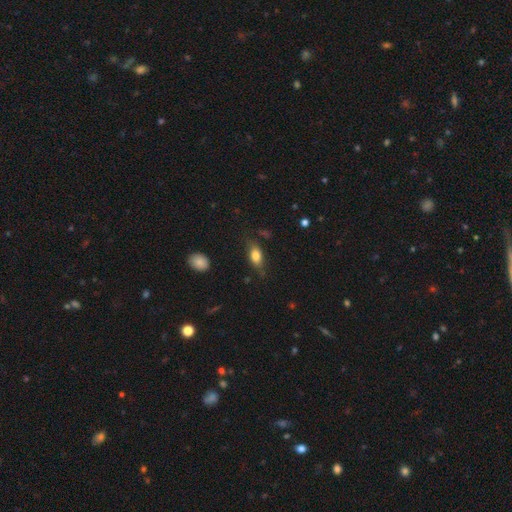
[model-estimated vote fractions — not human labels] The model was most divided on "merging": none: 69%, minor disturbance: 22%, major disturbance: 7%, merger: 2%. More confident: how rounded — in between (81%); smooth or featured — smooth (74%).